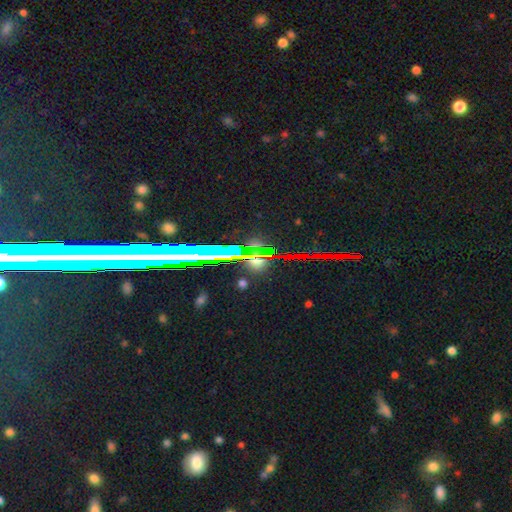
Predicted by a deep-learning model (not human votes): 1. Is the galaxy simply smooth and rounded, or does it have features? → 69% star or artifact, 17% smooth, 14% featured or disk.